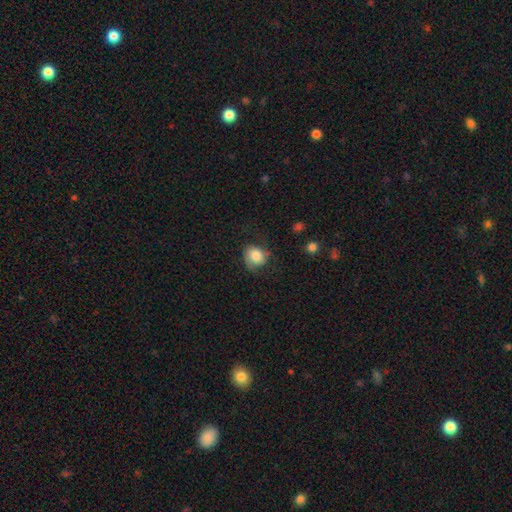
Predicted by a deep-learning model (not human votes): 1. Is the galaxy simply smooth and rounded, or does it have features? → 71% smooth, 21% featured or disk, 8% star or artifact.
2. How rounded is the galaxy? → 65% round, 34% in between, 1% cigar-shaped.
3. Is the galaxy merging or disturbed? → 52% none, 28% minor disturbance, 18% major disturbance, 2% merger.